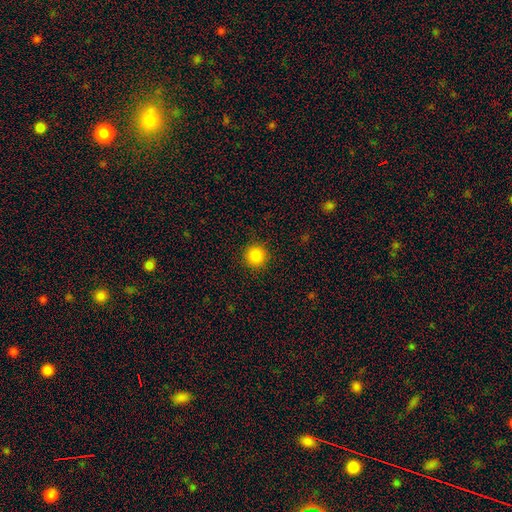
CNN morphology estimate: This is clearly a smooth galaxy (87%). How rounded: clearly round (95%). Merging: clearly none (92%).